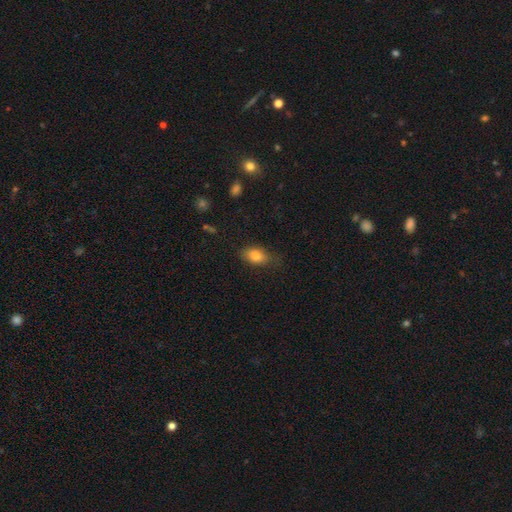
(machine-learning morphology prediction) type=smooth (83%); roundness=in between (87%); merging=none (72%).